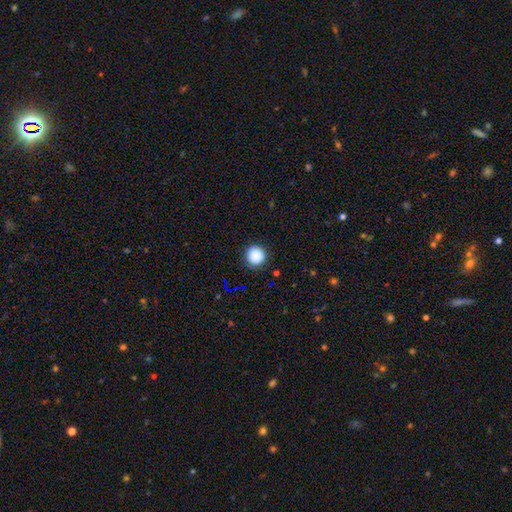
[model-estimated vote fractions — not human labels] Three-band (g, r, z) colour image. It shows a smooth galaxy with no disk features (87%) that is round (93%). Merging: none (90%).